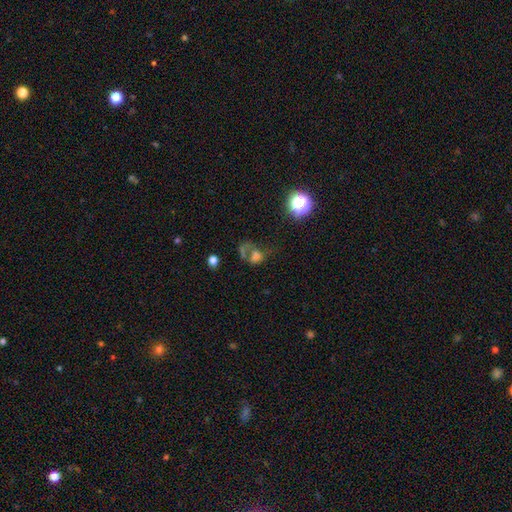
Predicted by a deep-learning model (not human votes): Smooth or featured: smooth — 48% (star or artifact — 26%)
Merging: merger — 32% (major disturbance — 31%)